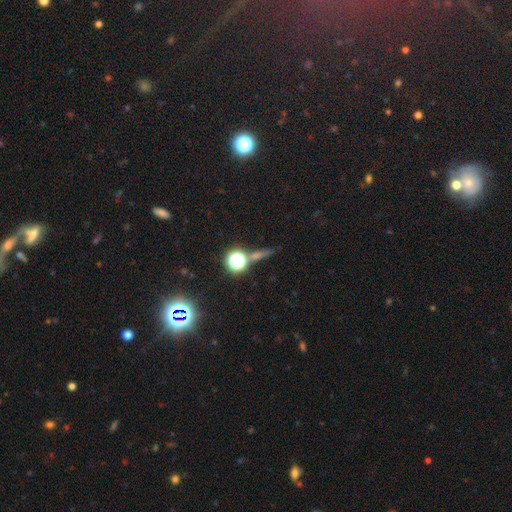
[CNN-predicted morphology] A star or artifact, not a galaxy (53%).

Vote fractions:
- Smooth or featured? star or artifact: 53% / smooth: 32% / featured or disk: 15%